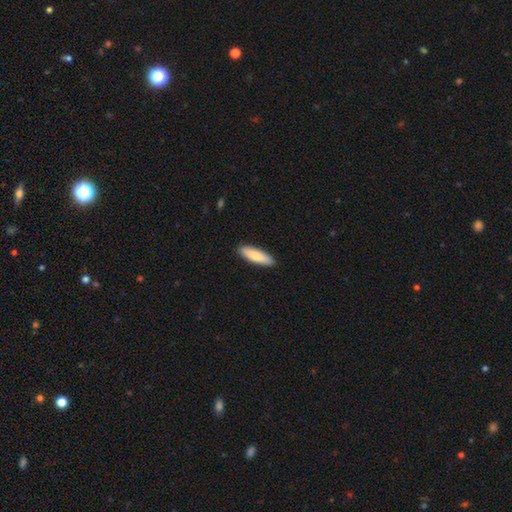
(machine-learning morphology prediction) The model was most divided on "how rounded": cigar-shaped: 59%, in between: 40%, round: 2%. More confident: merging — none (90%); smooth or featured — smooth (83%).